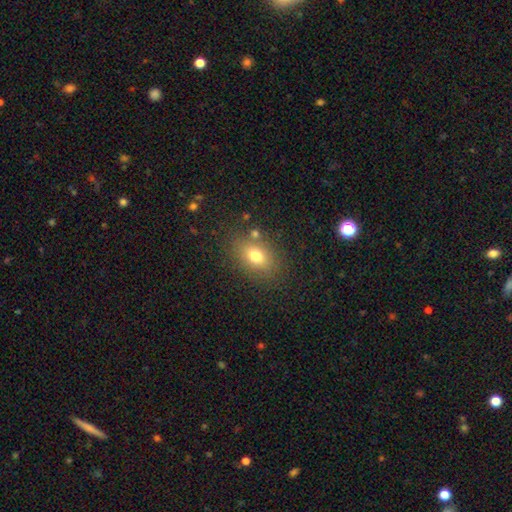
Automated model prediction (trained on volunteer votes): Smooth or featured? smooth (75%)
How rounded? in between (73%)
Merging? none (78%)